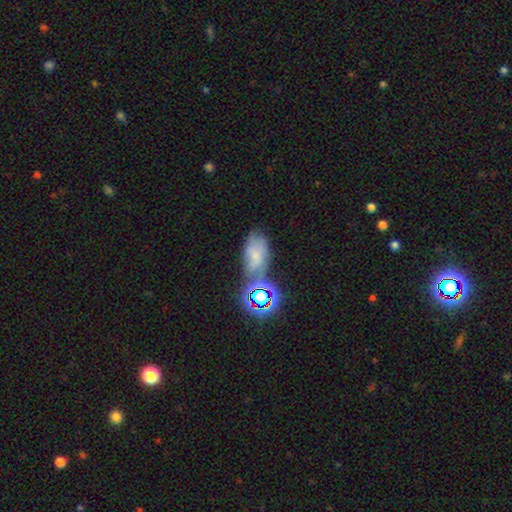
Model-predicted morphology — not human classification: This appears to be a smooth galaxy with no disk features (45%). Merging: none (41%).